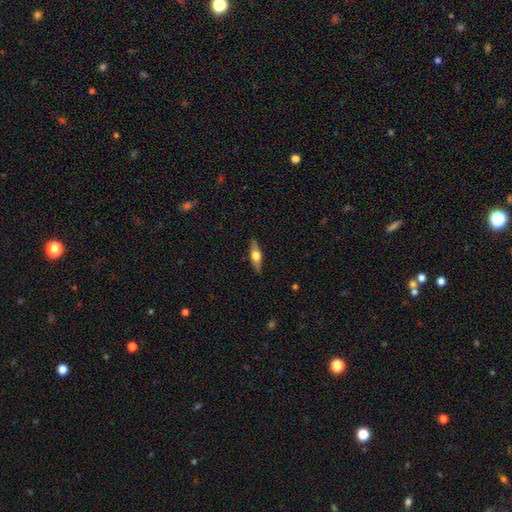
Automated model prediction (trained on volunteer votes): smooth-or-featured: featured or disk: 51% | smooth: 43% | star or artifact: 6%
  disk-edge-on: yes: 91% | no: 9%
  merging: none: 88% | minor disturbance: 9% | major disturbance: 2% | merger: 1%